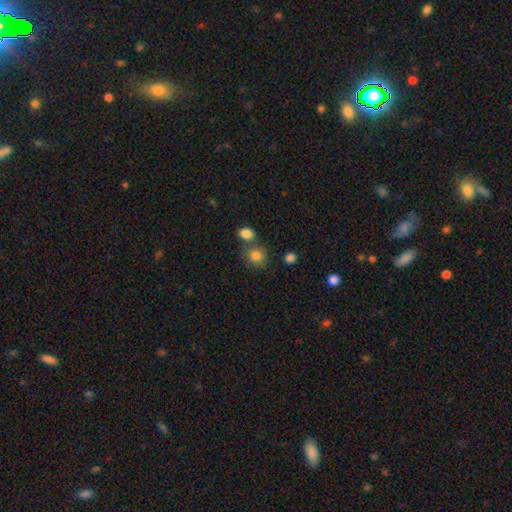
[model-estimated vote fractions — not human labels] This appears to be a smooth galaxy with no disk features (83%) that is round (80%). Merging: none (65%).